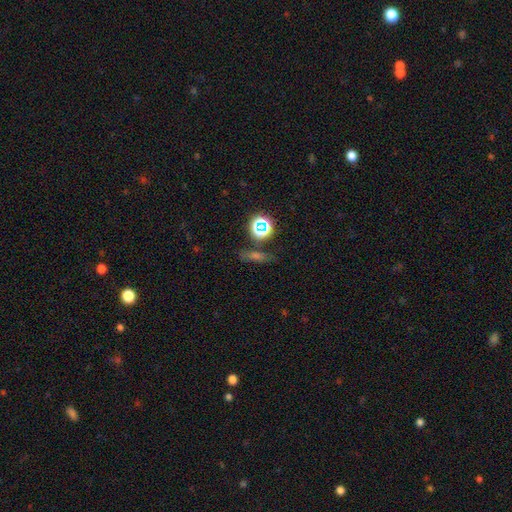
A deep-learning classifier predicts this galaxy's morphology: star or artifact 41%, smooth 38%, featured or disk 21%.